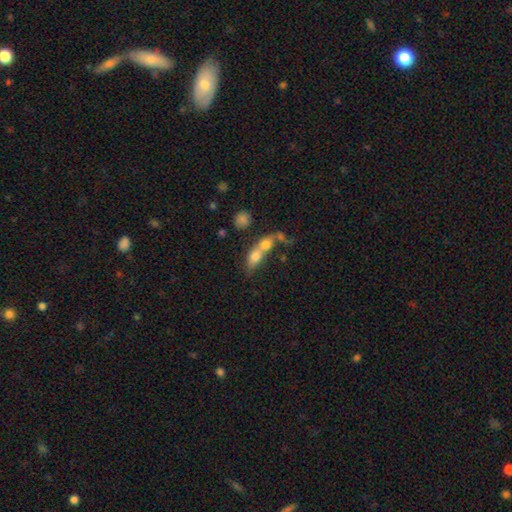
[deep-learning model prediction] This appears to be a smooth galaxy with no disk features (70%) that is in between round and cigar-shaped (71%). Merging: merger (70%).